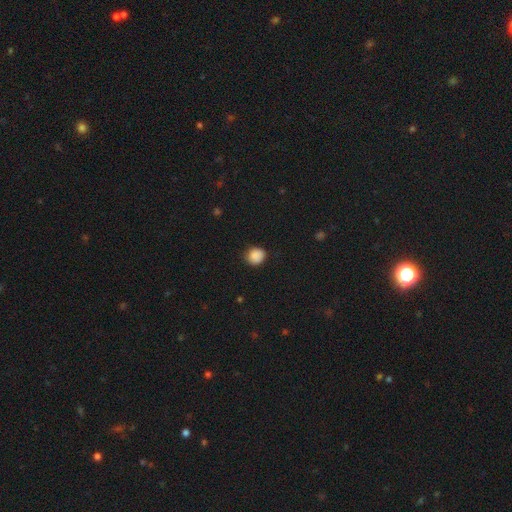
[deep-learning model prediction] The model was most divided on "how rounded": round: 81%, in between: 18%, cigar-shaped: 1%. More confident: smooth or featured — smooth (87%); merging — none (80%).